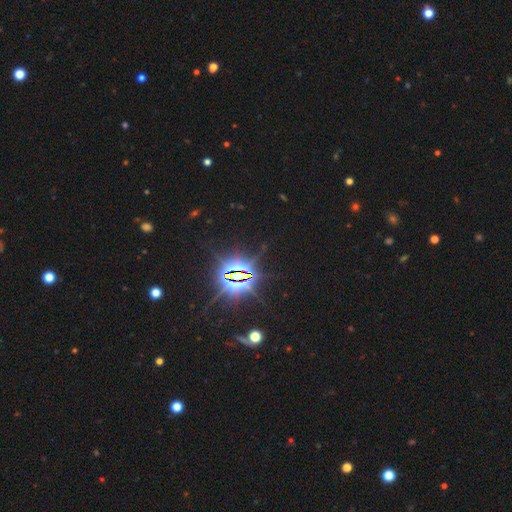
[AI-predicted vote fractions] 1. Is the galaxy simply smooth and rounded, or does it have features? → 86% star or artifact, 8% smooth, 6% featured or disk.